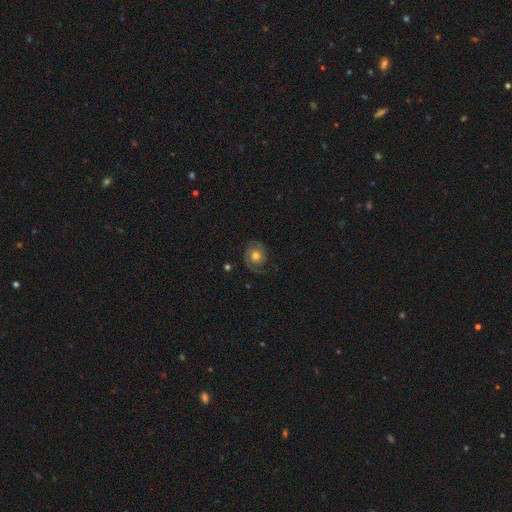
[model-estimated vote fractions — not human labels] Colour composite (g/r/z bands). It shows a featured or disk galaxy (74%) with no bar (77%), 2 (80%) tight (46%) spiral arms (94%) and a moderate central bulge (68%). Merging: none (78%).